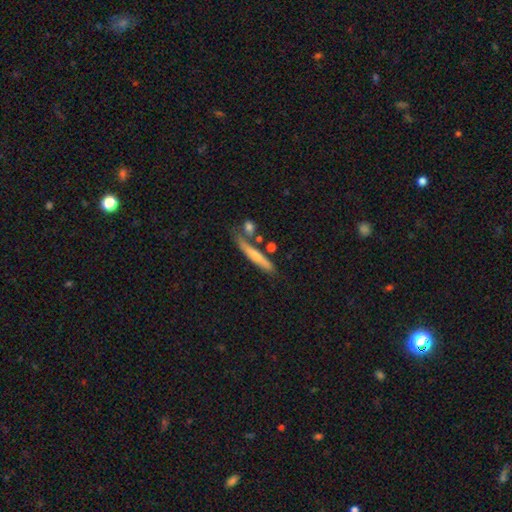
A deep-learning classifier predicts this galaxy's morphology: Q: Smooth or featured?
A: smooth (56%); runner-up: featured or disk (38%)
Q: How rounded?
A: cigar-shaped (89%); runner-up: in between (8%)
Q: Merging?
A: none (64%); runner-up: minor disturbance (16%)